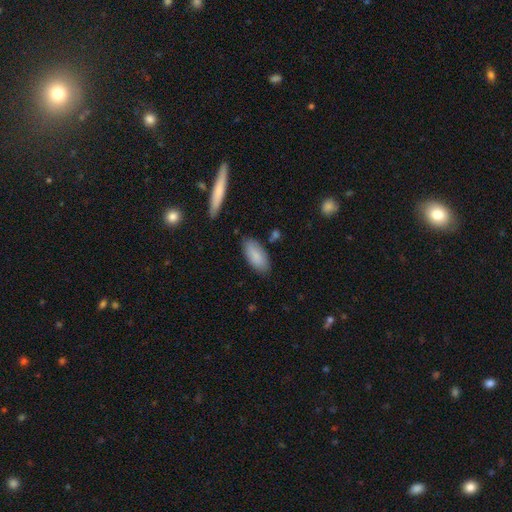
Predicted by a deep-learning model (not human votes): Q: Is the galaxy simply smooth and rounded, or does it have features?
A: smooth — 86%.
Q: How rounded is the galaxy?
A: in between — 88%.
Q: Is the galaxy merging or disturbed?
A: none — 82%.